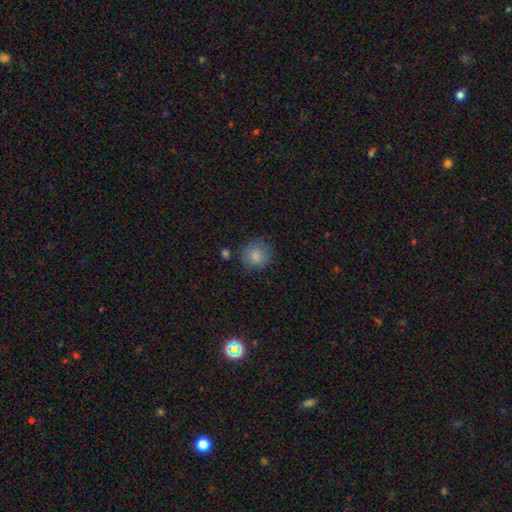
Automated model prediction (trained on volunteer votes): Morphology: type=smooth (84%); roundness=round (84%); merging=none (76%).